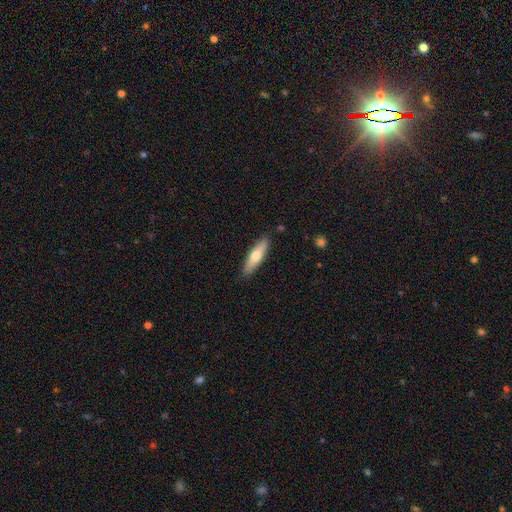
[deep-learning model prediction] This appears to be a smooth galaxy with no disk features (63%) that is cigar-shaped (67%). Merging: none (87%).